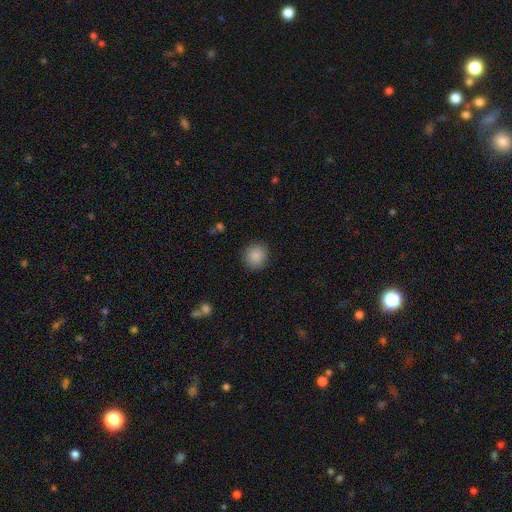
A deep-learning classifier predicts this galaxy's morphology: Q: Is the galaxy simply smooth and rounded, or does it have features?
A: smooth — 87%.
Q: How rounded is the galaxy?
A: round — 90%.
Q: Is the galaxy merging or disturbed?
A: none — 89%.